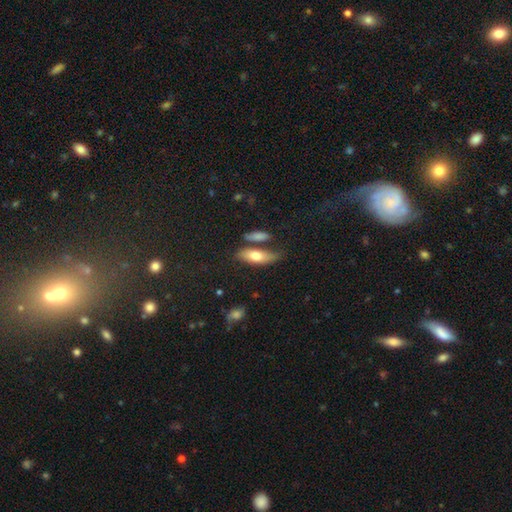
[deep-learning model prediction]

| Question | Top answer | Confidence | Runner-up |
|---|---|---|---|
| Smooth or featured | smooth | 72% | featured or disk (22%) |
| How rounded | in between | 69% | cigar-shaped (28%) |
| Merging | none | 56% | minor disturbance (20%) |